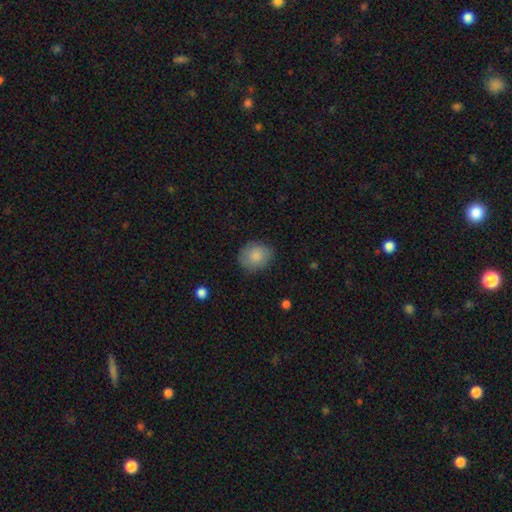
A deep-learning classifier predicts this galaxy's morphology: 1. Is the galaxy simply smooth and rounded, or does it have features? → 86% smooth, 7% featured or disk, 7% star or artifact.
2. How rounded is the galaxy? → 59% round, 40% in between, 1% cigar-shaped.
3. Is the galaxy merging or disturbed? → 80% none, 15% minor disturbance, 4% major disturbance, 1% merger.